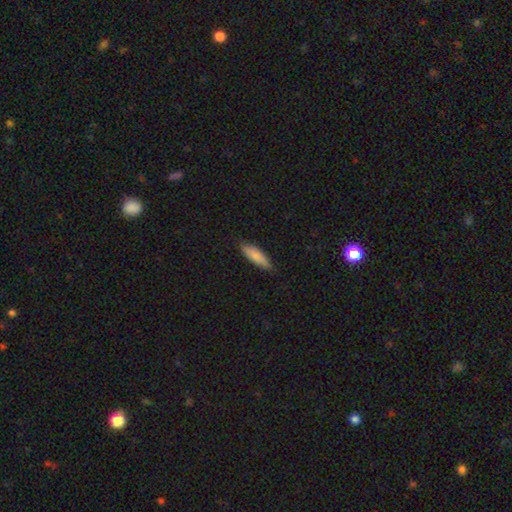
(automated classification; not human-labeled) This is clearly a smooth galaxy (82%). How rounded: possibly cigar-shaped (50%). Merging: clearly none (81%).